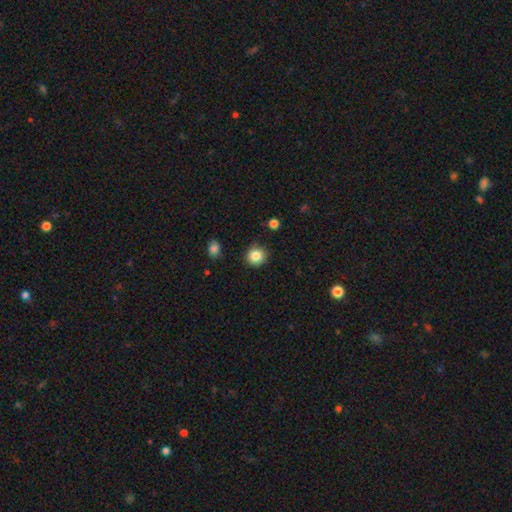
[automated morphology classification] A smooth galaxy with no disk features (84%) that is round (92%). Merging: none (88%).